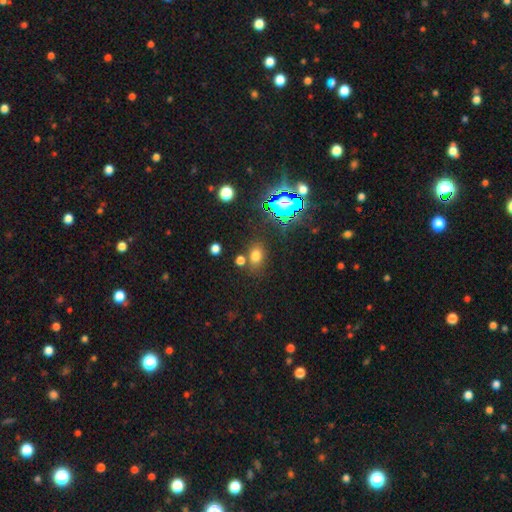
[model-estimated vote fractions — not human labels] Smooth or featured? Predicted: smooth (p=0.67). How rounded? Predicted: in between (p=0.67). Merging? Predicted: none (p=0.76).